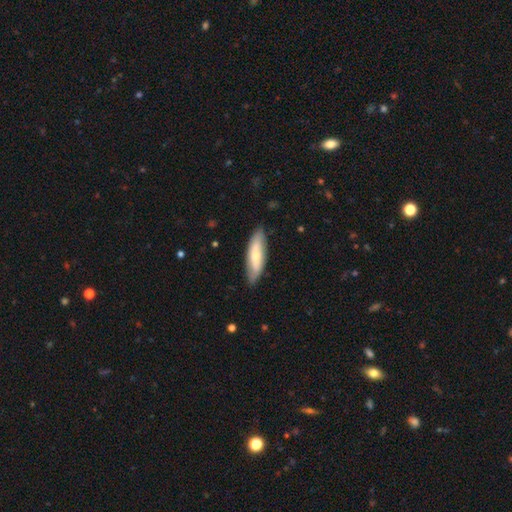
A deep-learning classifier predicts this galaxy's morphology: smooth_or_featured: smooth (p=0.58) [alt: featured or disk p=0.37]
how_rounded: cigar-shaped (p=0.49) [tied with: in between p=0.49]
merging: none (p=0.84) [alt: minor disturbance p=0.13]